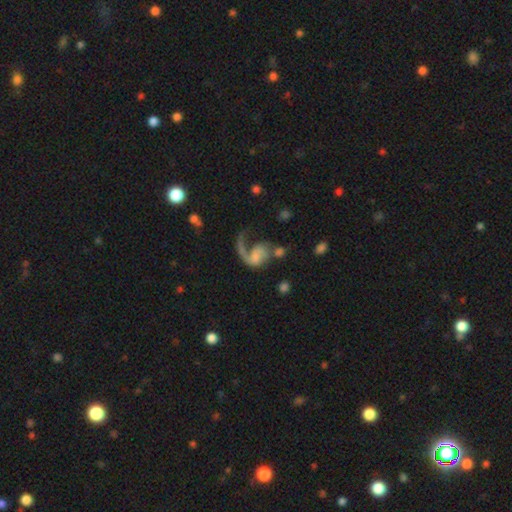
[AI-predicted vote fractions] Smooth or featured?
  - featured or disk: 72% *
  - smooth: 19%
  - star or artifact: 8%
Edge-on disk?
  - no: 98% *
  - yes: 2%
Bar?
  - no: 56% *
  - weak: 34%
  - strong: 9%
Spiral arms?
  - yes: 89% *
  - no: 11%
Spiral winding?
  - loose: 67% *
  - medium: 26%
  - tight: 7%
Spiral arm count?
  - 1: 74% *
  - 2: 20%
  - can't tell: 3%
  - 3: 1%
  - 4: 1%
  - more than 4: 1%
Bulge size?
  - none: 43% *
  - small: 27%
  - moderate: 19%
  - large: 8%
  - dominant: 3%
Merging?
  - major disturbance: 44% *
  - none: 28%
  - merger: 15%
  - minor disturbance: 13%